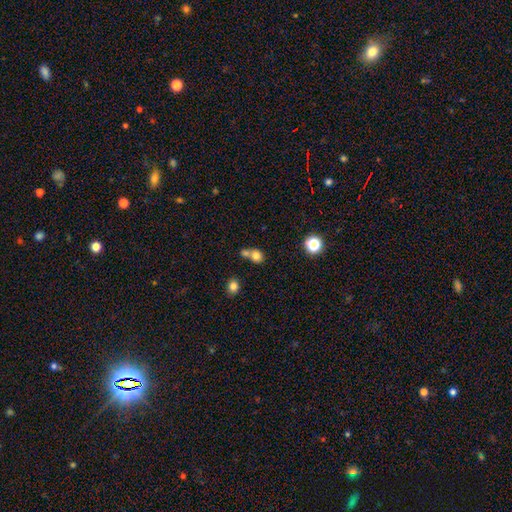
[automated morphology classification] Smooth or featured?
  - smooth: 77% *
  - star or artifact: 13%
  - featured or disk: 10%
How rounded?
  - round: 72% *
  - in between: 27%
  - cigar-shaped: 1%
Merging?
  - merger: 47% *
  - none: 41%
  - minor disturbance: 9%
  - major disturbance: 3%